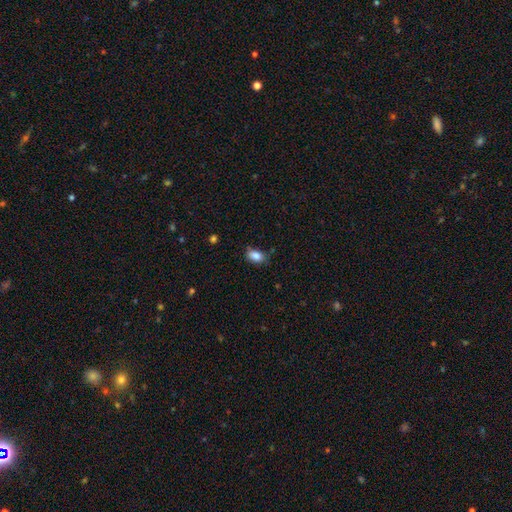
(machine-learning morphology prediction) Smooth or featured: smooth — 86% (star or artifact — 9%)
How rounded: in between — 88% (round — 10%)
Merging: none — 70% (minor disturbance — 23%)